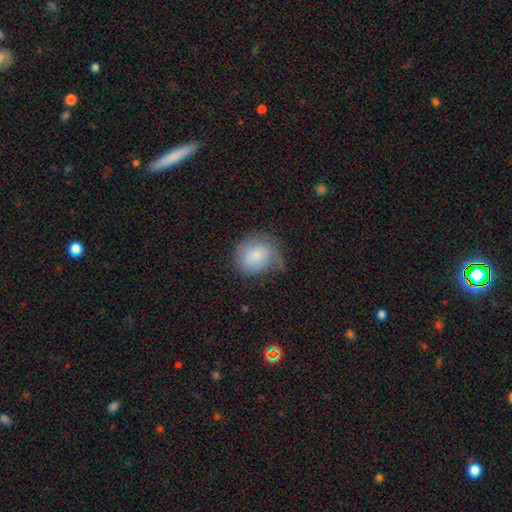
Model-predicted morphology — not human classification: Q: Smooth or featured?
A: smooth (74%); runner-up: featured or disk (18%)
Q: How rounded?
A: round (54%); runner-up: in between (45%)
Q: Merging?
A: none (44%); runner-up: minor disturbance (35%)